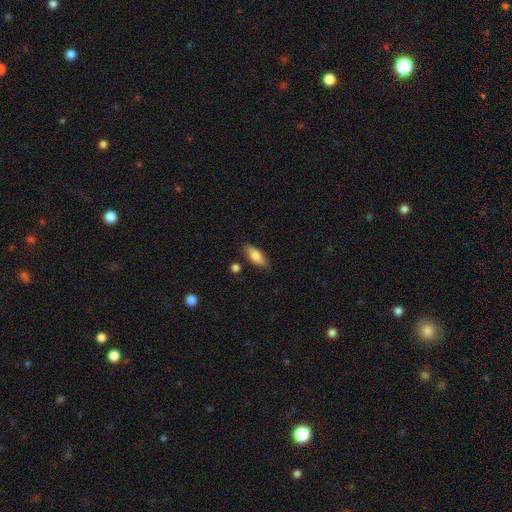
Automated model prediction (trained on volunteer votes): smooth 78%, featured or disk 16%, star or artifact 7%. Down the decision tree: how rounded — in between (74%); merging — none (83%).